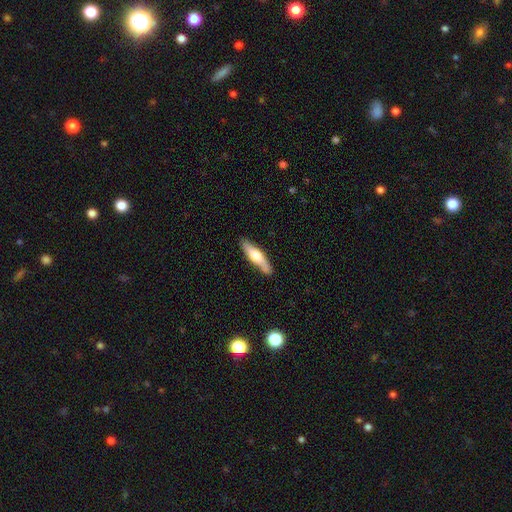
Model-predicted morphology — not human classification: type=smooth (53%); roundness=cigar-shaped (75%); merging=none (84%).